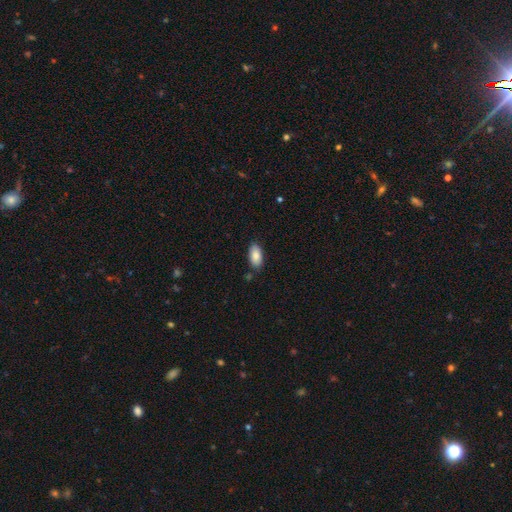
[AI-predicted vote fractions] Morphology: type=smooth (86%); roundness=in between (93%); merging=none (83%).